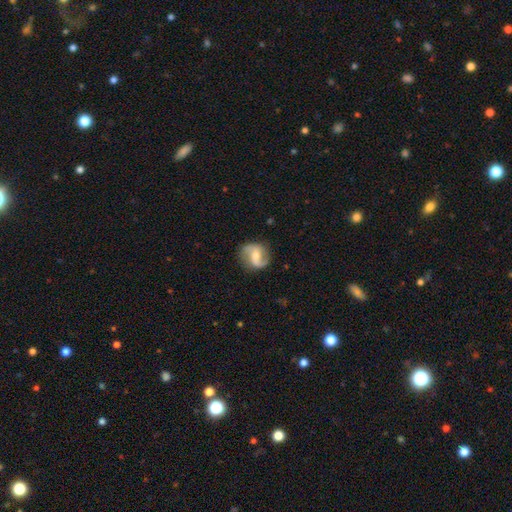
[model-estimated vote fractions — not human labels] Smooth or featured? Predicted: featured or disk (p=0.80). Edge-on disk? Predicted: no (p=0.98). Bar? Predicted: weak (p=0.43). Spiral arms? Predicted: yes (p=0.94). Spiral winding? Predicted: loose (p=0.50). Spiral arm count? Predicted: 2 (p=0.90). Bulge size? Predicted: moderate (p=0.54). Merging? Predicted: none (p=0.81).